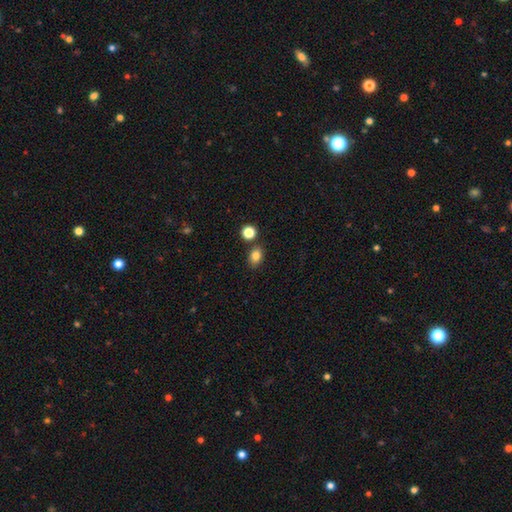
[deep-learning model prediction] Q: Smooth or featured?
A: smooth (82%); runner-up: star or artifact (12%)
Q: How rounded?
A: in between (66%); runner-up: round (33%)
Q: Merging?
A: none (78%); runner-up: minor disturbance (11%)